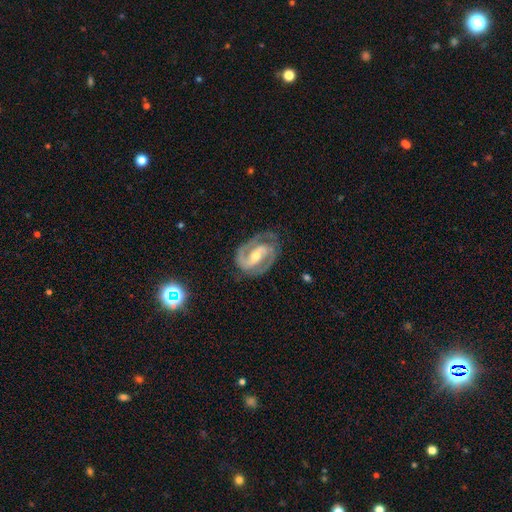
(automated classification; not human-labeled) This is clearly a featured or disk galaxy (91%). It is clearly not viewed edge-on (97%). Bar: possibly strong (46%). Spiral arm pattern: clearly yes (97%). Spiral arm count: clearly 2 (92%). Spiral winding: possibly medium (51%). Central bulge: possibly moderate (59%). Merging: likely none (78%).